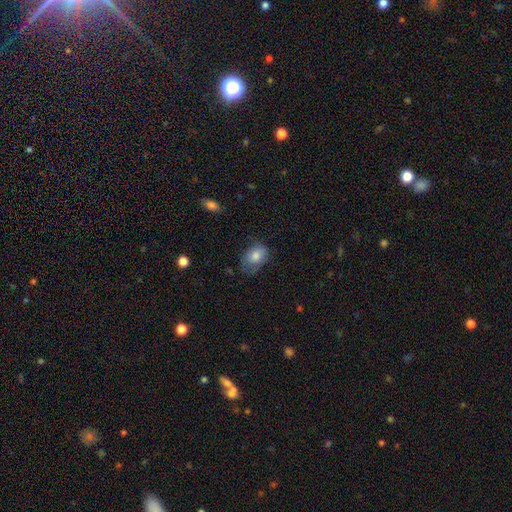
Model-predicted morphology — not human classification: A smooth galaxy with no disk features (78%) that is in between round and cigar-shaped (81%). Merging: none (56%).